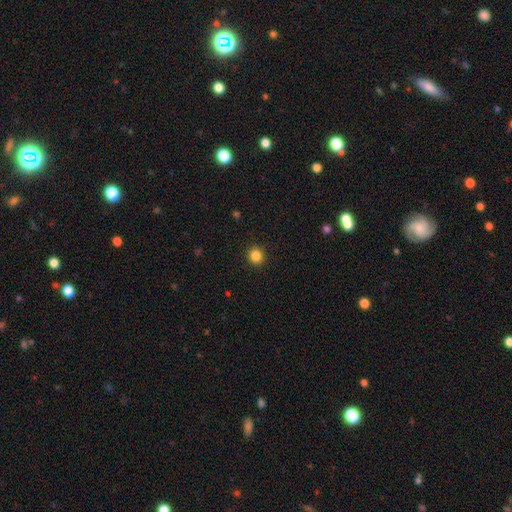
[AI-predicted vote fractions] The model was most divided on "how rounded": round: 85%, in between: 14%, cigar-shaped: 1%. More confident: merging — none (92%); smooth or featured — smooth (85%).